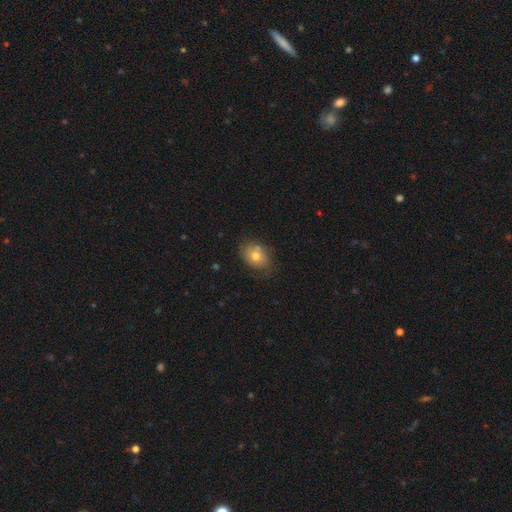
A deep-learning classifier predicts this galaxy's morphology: This is likely a smooth galaxy (74%). How rounded: likely in between (65%). Merging: likely none (69%).